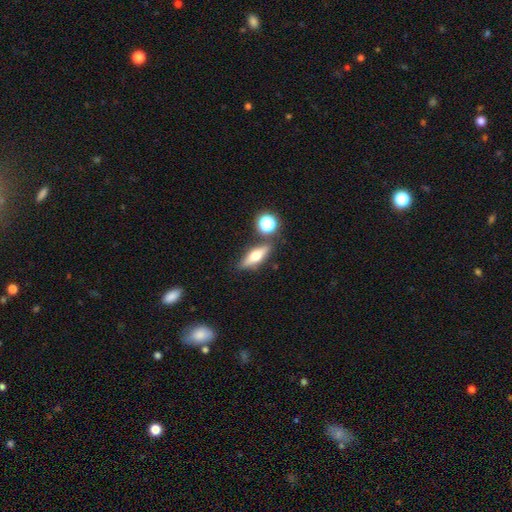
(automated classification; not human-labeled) A smooth galaxy with no disk features (48%). Merging: none (78%).